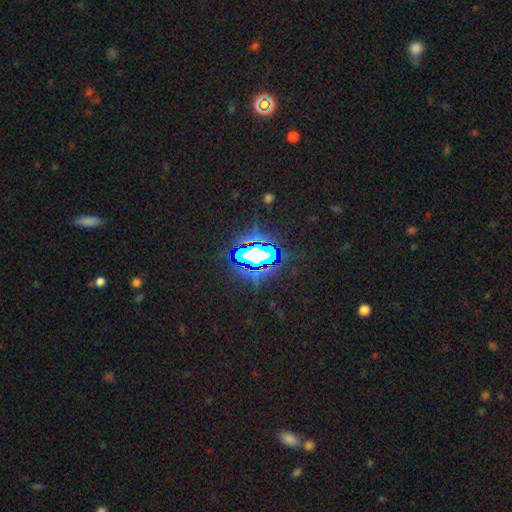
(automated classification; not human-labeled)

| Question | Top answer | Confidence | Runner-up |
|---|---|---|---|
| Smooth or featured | star or artifact | 68% | smooth (17%) |